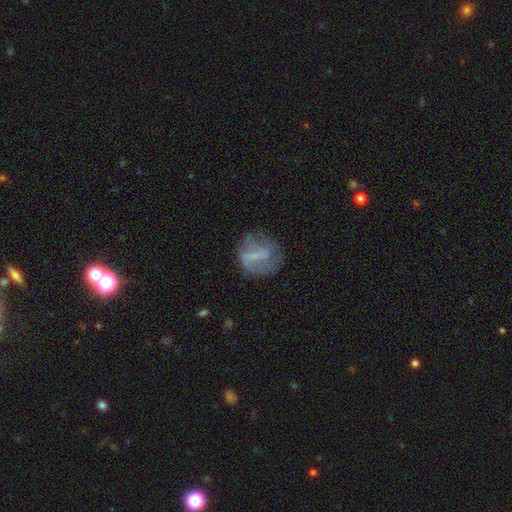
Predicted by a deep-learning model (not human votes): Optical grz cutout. It shows a featured or disk galaxy (59%) with a strong bar (44%), spiral arms (57%) and no central bulge (46%). Merging: none (57%).